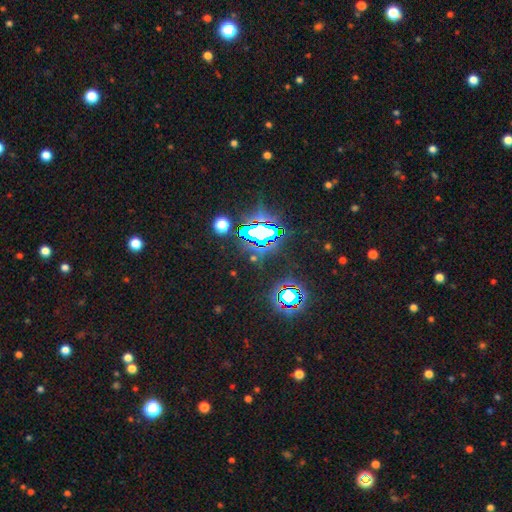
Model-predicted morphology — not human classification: smooth_or_featured: star or artifact (p=0.78) [alt: smooth p=0.14]